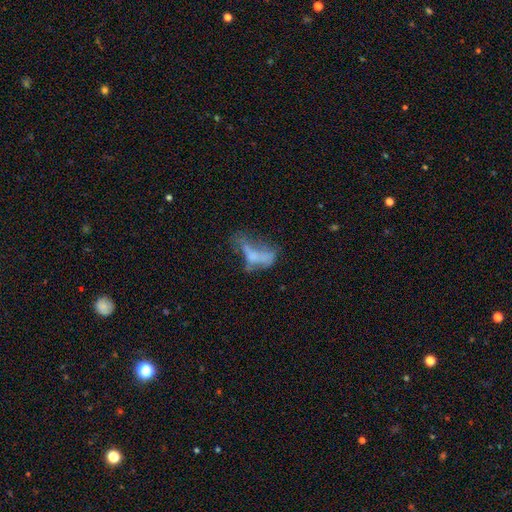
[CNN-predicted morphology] Smooth or featured? Predicted: featured or disk (p=0.45). Merging? Predicted: major disturbance (p=0.44).